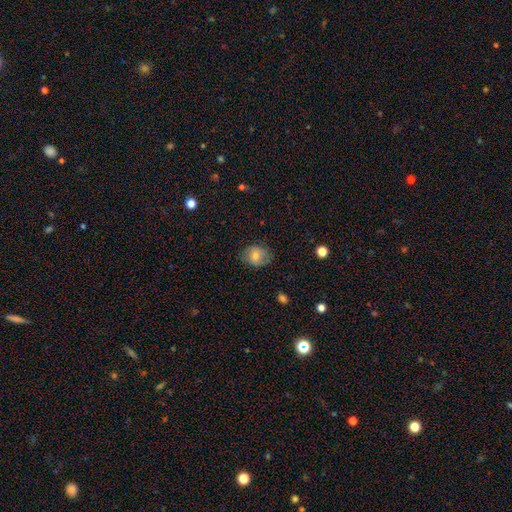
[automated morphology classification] Smooth or featured? Predicted: smooth (p=0.76). How rounded? Predicted: round (p=0.51). Merging? Predicted: none (p=0.75).